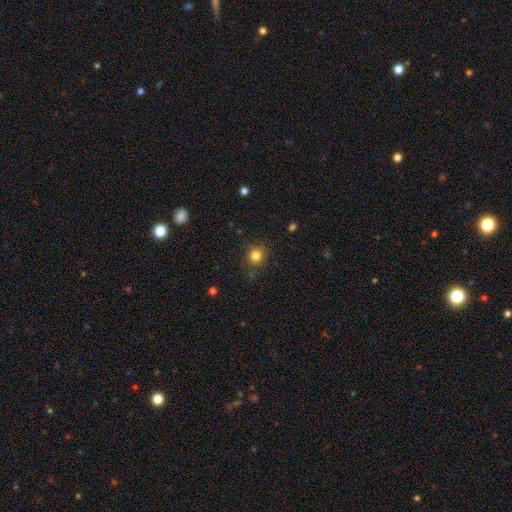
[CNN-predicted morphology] smooth 82%, star or artifact 13%, featured or disk 6%. Down the decision tree: how rounded — round (87%); merging — none (79%).